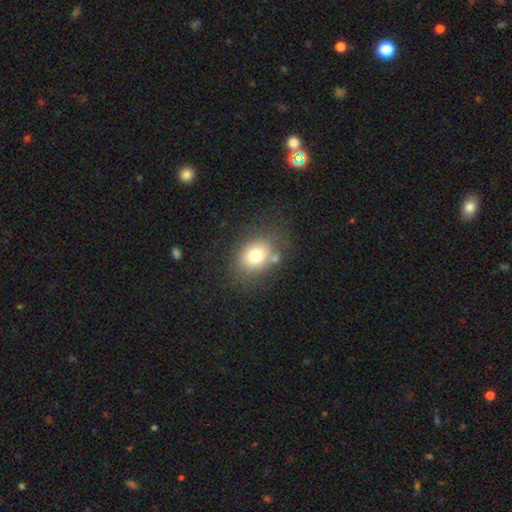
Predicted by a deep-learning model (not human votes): This appears to be a smooth galaxy with no disk features (74%) that is round (50%). Merging: none (68%).